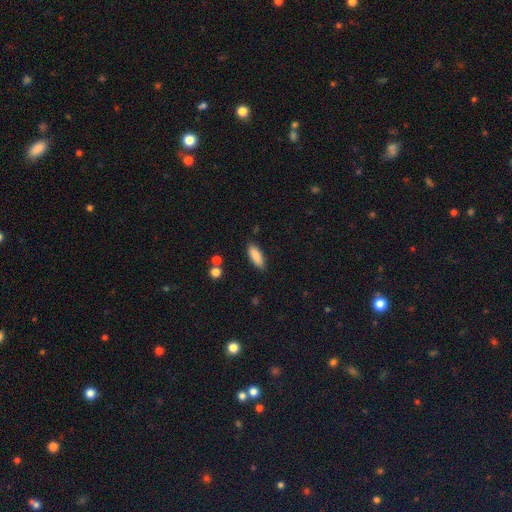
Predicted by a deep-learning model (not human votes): smooth-or-featured: smooth: 87% | star or artifact: 7% | featured or disk: 6%
  how-rounded: in between: 65% | cigar-shaped: 33% | round: 2%
  merging: none: 84% | minor disturbance: 11% | major disturbance: 2% | merger: 2%